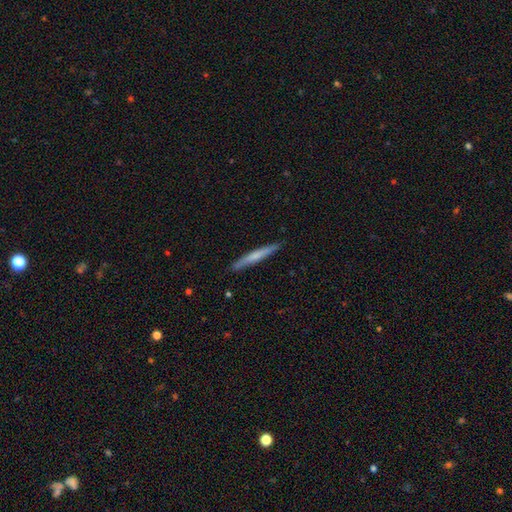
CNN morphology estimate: This appears to be a smooth galaxy with no disk features (55%) that is cigar-shaped (96%). Merging: none (89%).